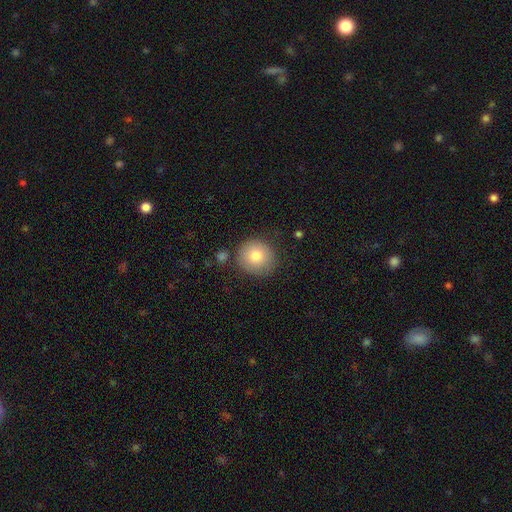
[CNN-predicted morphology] smooth_or_featured: smooth (p=0.80) [alt: featured or disk p=0.11]
how_rounded: round (p=0.92) [alt: in between p=0.07]
merging: none (p=0.80) [alt: minor disturbance p=0.13]